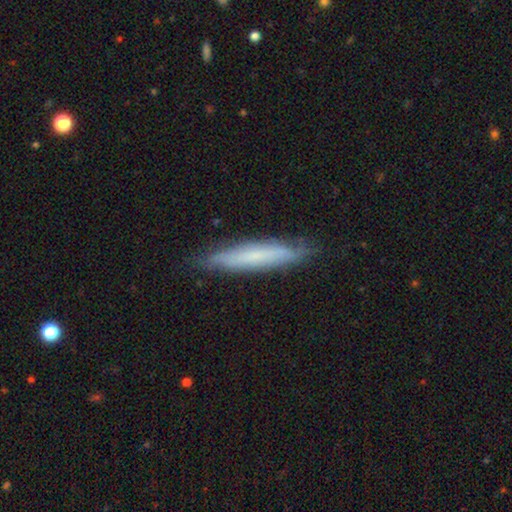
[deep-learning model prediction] smooth 54%, featured or disk 39%, star or artifact 7%. Down the decision tree: how rounded — cigar-shaped (91%); merging — none (84%).